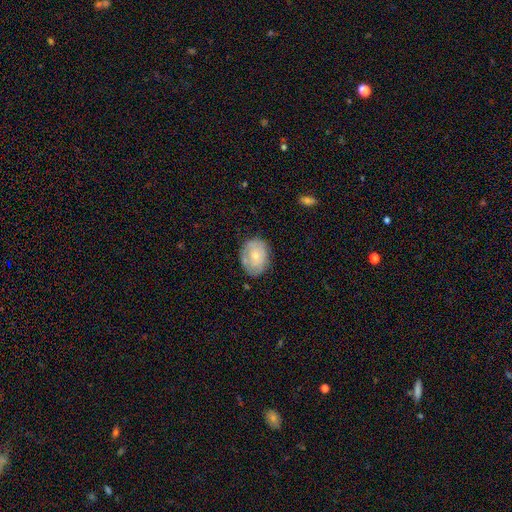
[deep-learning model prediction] Smooth or featured? smooth (58%)
How rounded? in between (67%)
Merging? none (71%)